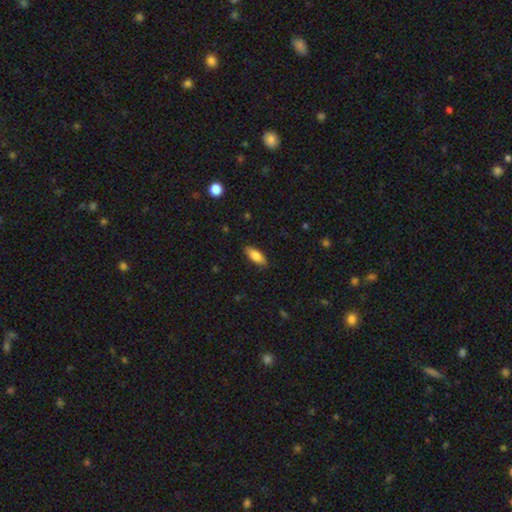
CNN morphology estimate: Smooth or featured? Predicted: smooth (p=0.82). How rounded? Predicted: in between (p=0.78). Merging? Predicted: none (p=0.86).